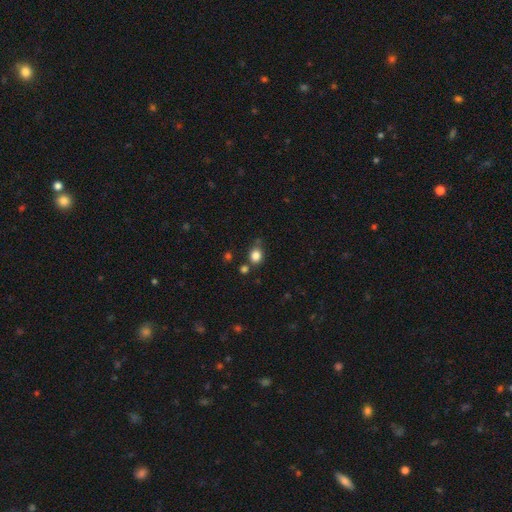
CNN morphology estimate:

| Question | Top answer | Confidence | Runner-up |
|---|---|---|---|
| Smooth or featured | smooth | 84% | star or artifact (12%) |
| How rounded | round | 66% | in between (33%) |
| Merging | none | 74% | minor disturbance (13%) |